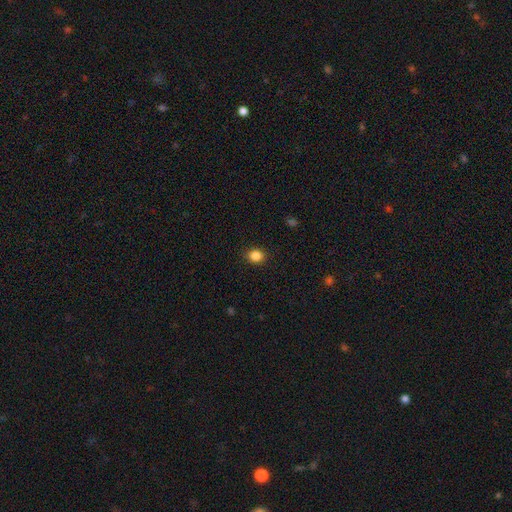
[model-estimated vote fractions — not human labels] This is clearly a smooth galaxy (85%). How rounded: likely round (71%). Merging: clearly none (90%).